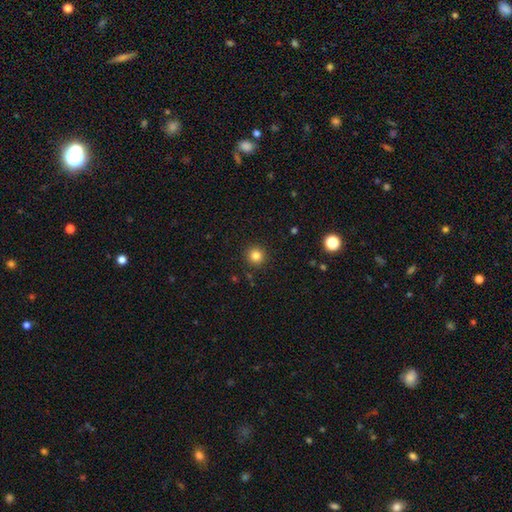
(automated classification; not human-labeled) This is clearly a smooth galaxy (82%). How rounded: clearly round (95%). Merging: clearly none (91%).